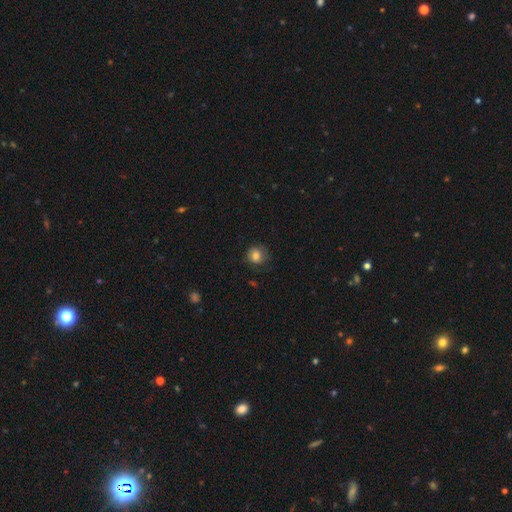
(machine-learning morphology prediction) Q: Smooth or featured?
A: smooth (78%); runner-up: featured or disk (12%)
Q: How rounded?
A: round (83%); runner-up: in between (16%)
Q: Merging?
A: none (72%); runner-up: minor disturbance (20%)